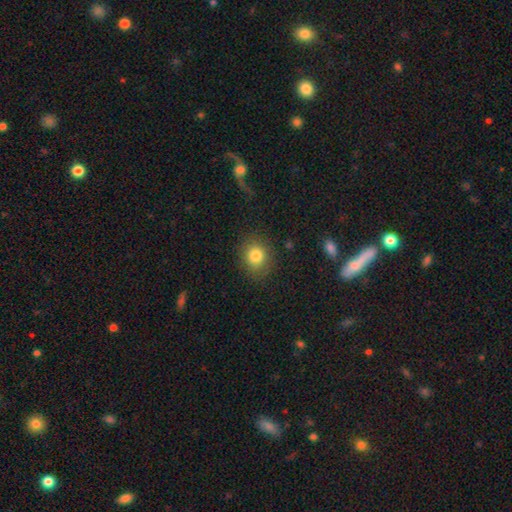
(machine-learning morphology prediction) This is clearly a smooth galaxy (82%). How rounded: likely round (71%). Merging: clearly none (85%).